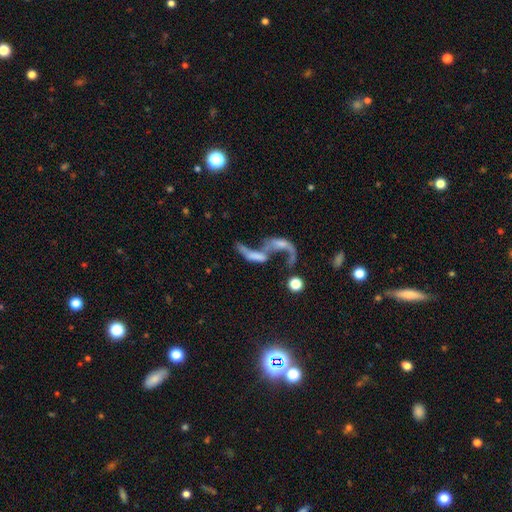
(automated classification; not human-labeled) A featured or disk galaxy (51%).

Vote fractions:
- Smooth or featured? featured or disk: 51% / smooth: 36% / star or artifact: 14%
- Edge-on disk? no: 89% / yes: 11%
- Merging? merger: 62% / major disturbance: 22% / none: 10% / minor disturbance: 6%